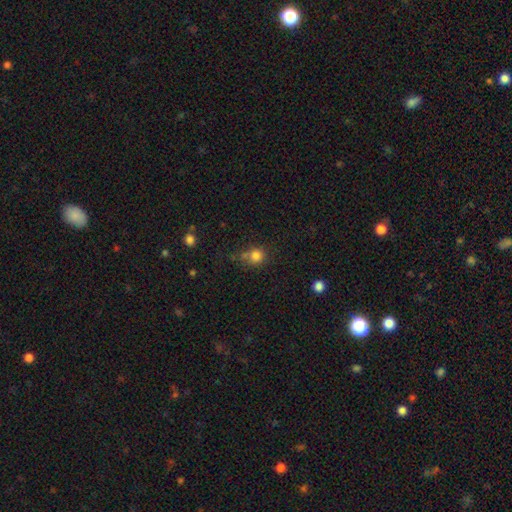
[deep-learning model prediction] Overall: smooth (81%). How rounded: round (83%). Merging: none (61%).